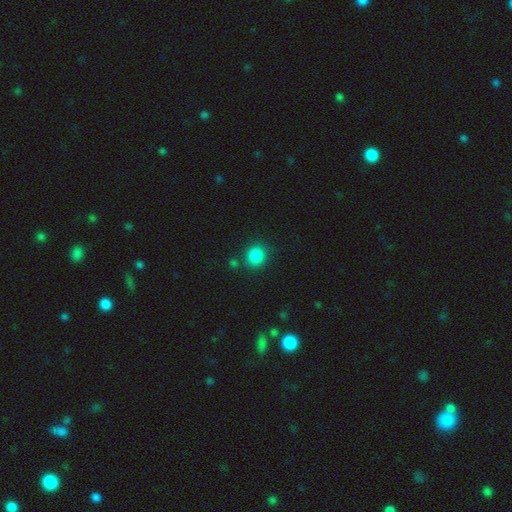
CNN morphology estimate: This is clearly a smooth galaxy (85%). How rounded: clearly round (83%). Merging: clearly none (83%).